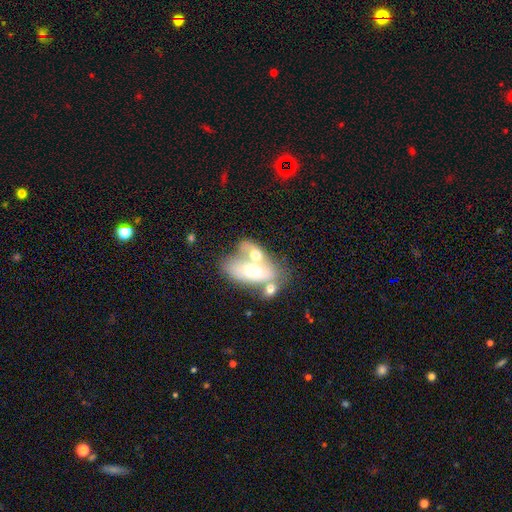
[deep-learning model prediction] This appears to be a smooth galaxy with no disk features (56%) that is in between round and cigar-shaped (86%). Merging: merger (65%).